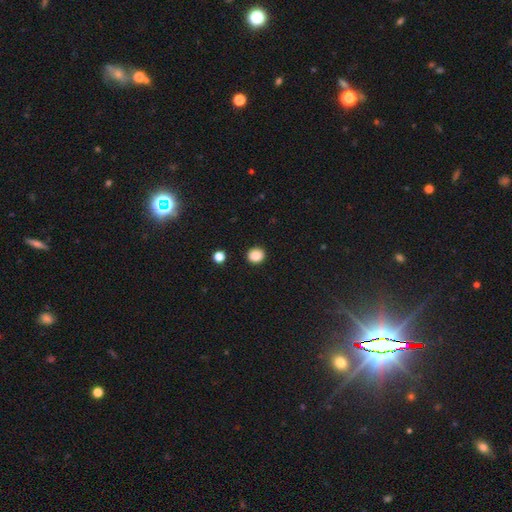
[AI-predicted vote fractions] Q: Smooth or featured?
A: smooth (87%); runner-up: star or artifact (10%)
Q: How rounded?
A: round (80%); runner-up: in between (19%)
Q: Merging?
A: none (91%); runner-up: minor disturbance (5%)